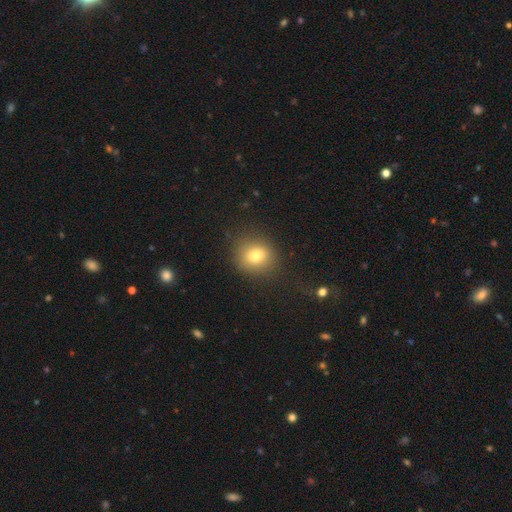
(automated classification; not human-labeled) A smooth galaxy with no disk features (77%) that is round (77%). Merging: none (84%).